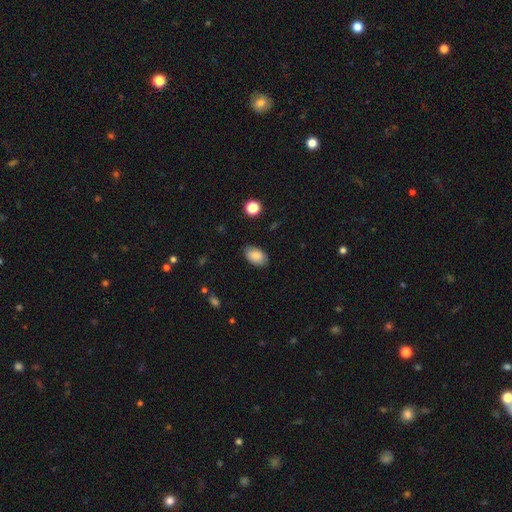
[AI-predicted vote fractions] A smooth galaxy with no disk features (86%) that is in between round and cigar-shaped (91%). Merging: none (84%).